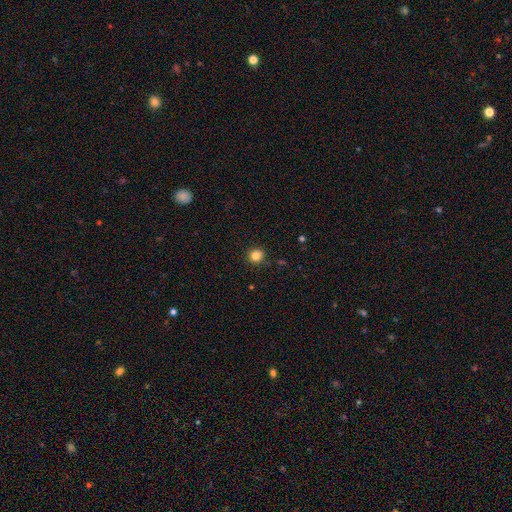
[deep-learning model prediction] smooth-or-featured: smooth: 83% | star or artifact: 12% | featured or disk: 5%
  how-rounded: round: 89% | in between: 10% | cigar-shaped: 1%
  merging: none: 90% | minor disturbance: 7% | major disturbance: 2% | merger: 1%